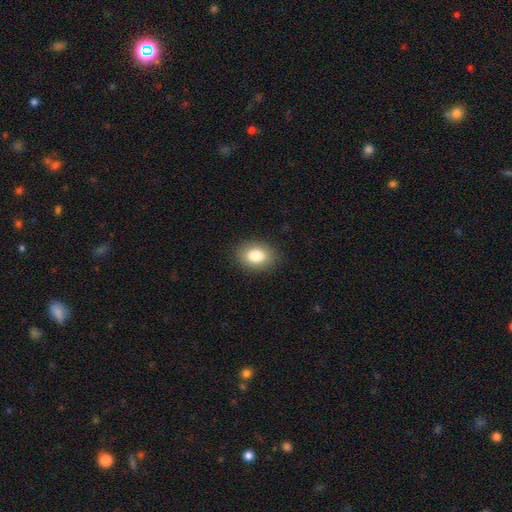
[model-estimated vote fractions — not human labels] Smooth or featured? smooth (82%)
How rounded? in between (63%)
Merging? none (89%)